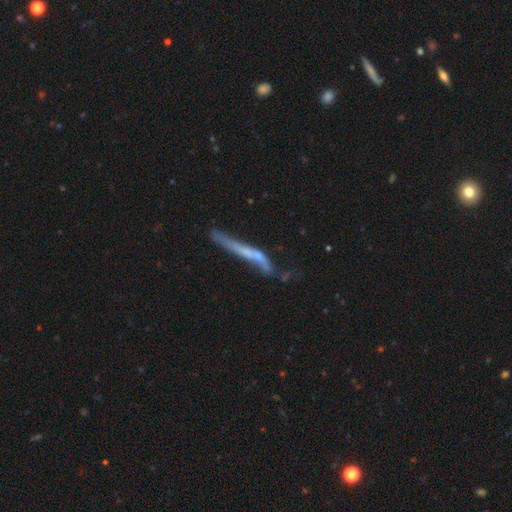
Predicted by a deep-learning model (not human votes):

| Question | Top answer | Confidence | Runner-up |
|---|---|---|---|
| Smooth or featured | featured or disk | 55% | smooth (36%) |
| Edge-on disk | yes | 70% | no (30%) |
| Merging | none | 40% | minor disturbance (24%) |